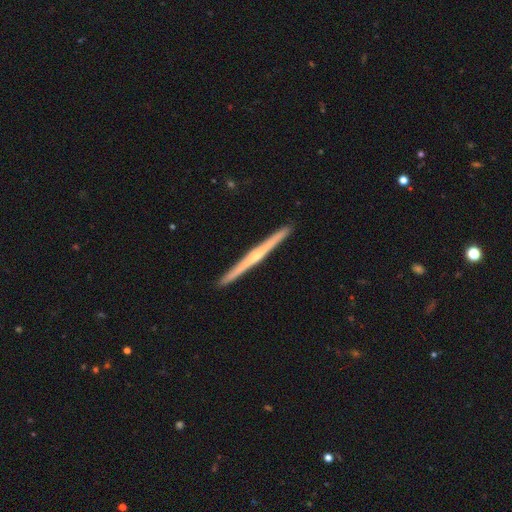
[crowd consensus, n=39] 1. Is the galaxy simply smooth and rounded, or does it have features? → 77% featured or disk, 18% smooth, 5% star or artifact.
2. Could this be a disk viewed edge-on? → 97% yes, 3% no.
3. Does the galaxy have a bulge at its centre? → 90% rounded, 7% none, 3% boxy.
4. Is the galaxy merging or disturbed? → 97% none, 3% minor disturbance, 0% major disturbance, 0% merger.